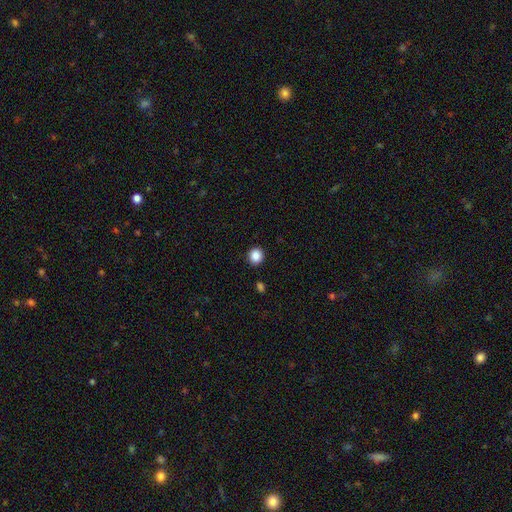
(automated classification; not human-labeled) Smooth or featured? smooth (87%)
How rounded? round (86%)
Merging? none (91%)